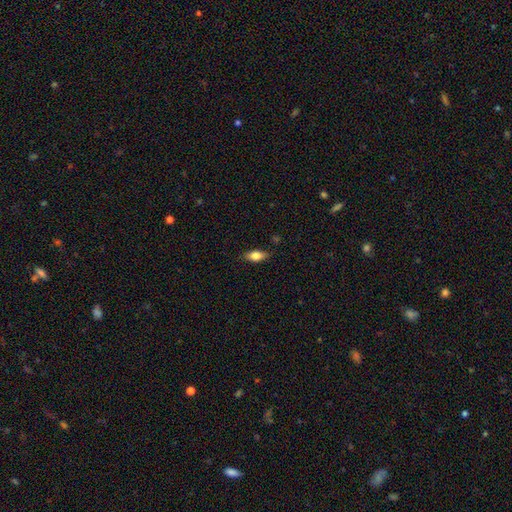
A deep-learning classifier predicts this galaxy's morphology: Smooth or featured? Predicted: smooth (p=0.75). How rounded? Predicted: in between (p=0.82). Merging? Predicted: none (p=0.82).